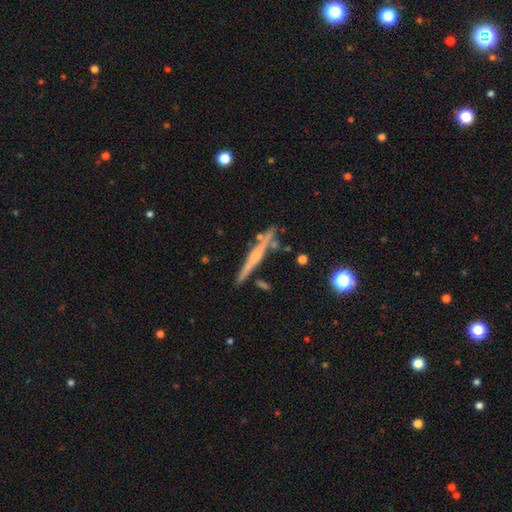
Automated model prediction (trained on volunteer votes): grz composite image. It shows a featured or disk galaxy (68%) viewed edge-on (97%) with a rounded central bulge (53%). Merging: none (83%).